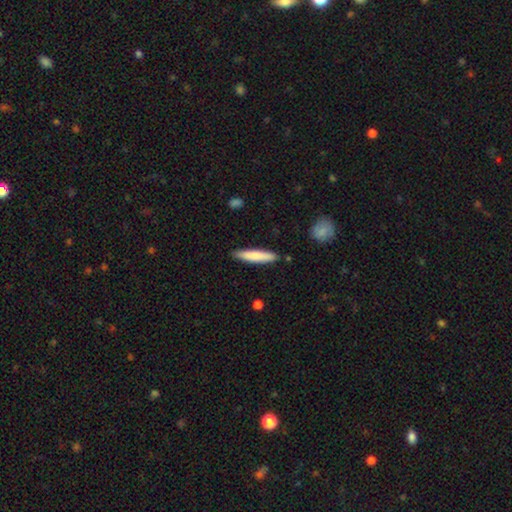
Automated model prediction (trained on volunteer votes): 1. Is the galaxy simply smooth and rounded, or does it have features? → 78% smooth, 16% featured or disk, 5% star or artifact.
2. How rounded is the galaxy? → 89% cigar-shaped, 10% in between, 1% round.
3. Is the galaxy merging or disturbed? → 87% none, 9% minor disturbance, 2% merger, 2% major disturbance.